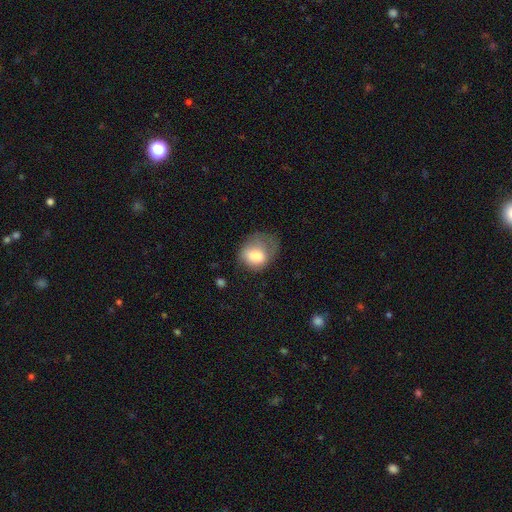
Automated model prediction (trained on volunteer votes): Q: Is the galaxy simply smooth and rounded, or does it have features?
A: smooth — 75%.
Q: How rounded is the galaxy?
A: in between — 51%.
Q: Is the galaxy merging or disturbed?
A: major disturbance — 38%.